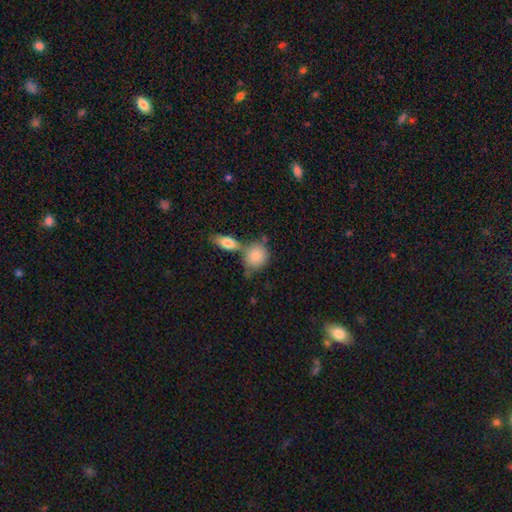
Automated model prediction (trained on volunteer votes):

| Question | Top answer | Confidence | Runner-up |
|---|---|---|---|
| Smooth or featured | smooth | 85% | featured or disk (8%) |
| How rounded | round | 63% | in between (34%) |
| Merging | none | 48% | merger (34%) |